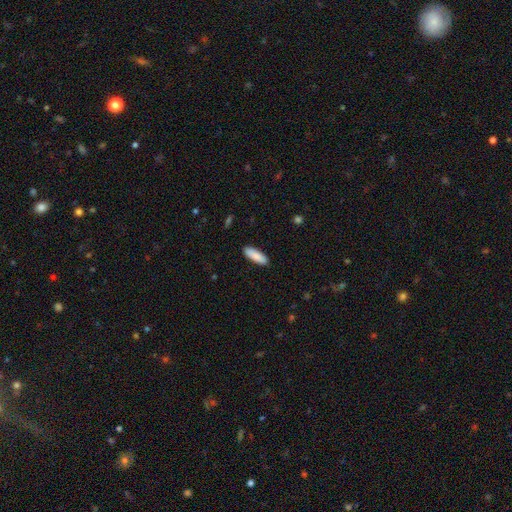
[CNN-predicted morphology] Smooth or featured? Predicted: smooth (p=0.88). How rounded? Predicted: in between (p=0.50). Merging? Predicted: none (p=0.89).